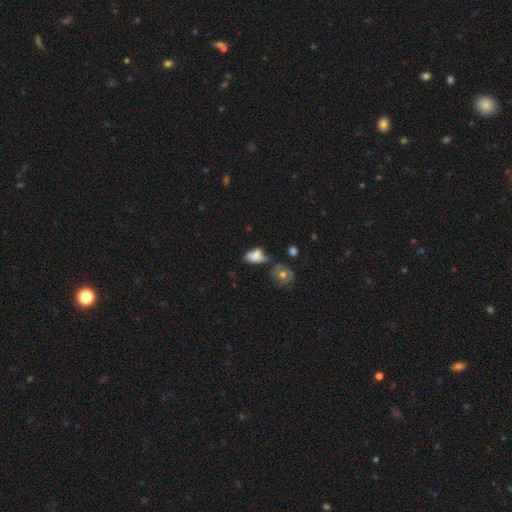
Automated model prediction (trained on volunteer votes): smooth-or-featured: smooth: 70% | featured or disk: 20% | star or artifact: 10%
  how-rounded: in between: 86% | round: 10% | cigar-shaped: 4%
  merging: none: 33% (tied) | minor disturbance: 33% (tied) | major disturbance: 21% | merger: 13%